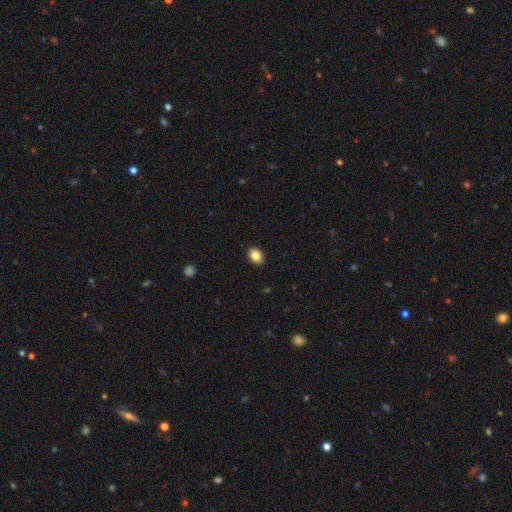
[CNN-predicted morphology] smooth_or_featured: smooth (p=0.85) [alt: star or artifact p=0.09]
how_rounded: in between (p=0.68) [alt: round p=0.31]
merging: none (p=0.90) [alt: minor disturbance p=0.07]